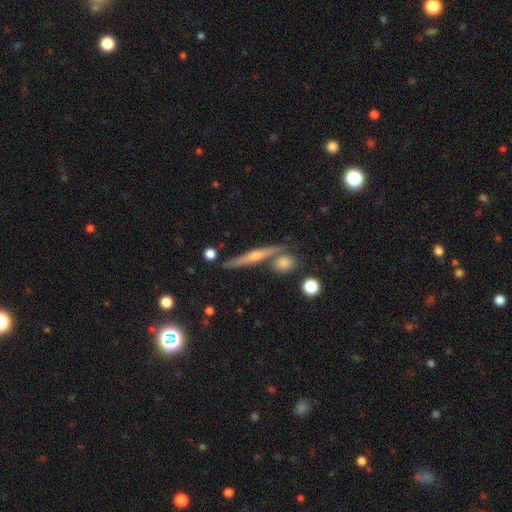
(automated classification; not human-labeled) Smooth or featured?
  - featured or disk: 68% *
  - smooth: 24%
  - star or artifact: 8%
Edge-on disk?
  - yes: 96% *
  - no: 4%
Edge-on bulge?
  - rounded: 77% *
  - none: 15%
  - boxy: 7%
Merging?
  - none: 78% *
  - merger: 11%
  - minor disturbance: 9%
  - major disturbance: 3%